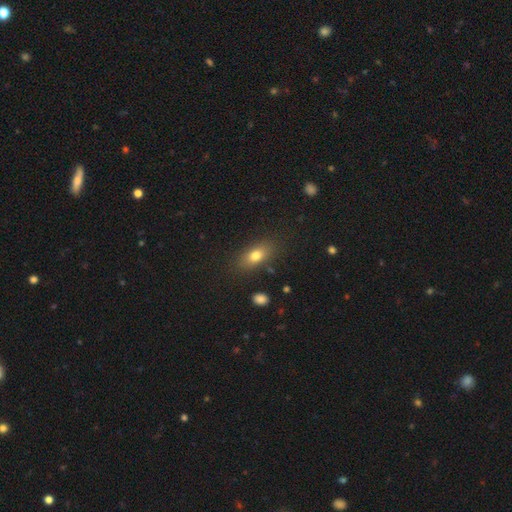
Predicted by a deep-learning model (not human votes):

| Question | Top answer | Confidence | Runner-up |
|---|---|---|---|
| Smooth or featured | smooth | 77% | featured or disk (14%) |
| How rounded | in between | 81% | round (10%) |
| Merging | none | 82% | minor disturbance (12%) |